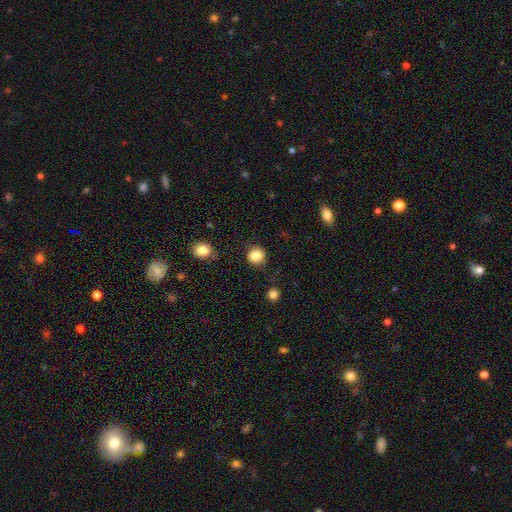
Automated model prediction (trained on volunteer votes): smooth_or_featured: smooth (p=0.85) [alt: star or artifact p=0.10]
how_rounded: round (p=0.86) [alt: in between p=0.13]
merging: none (p=0.81) [alt: minor disturbance p=0.13]